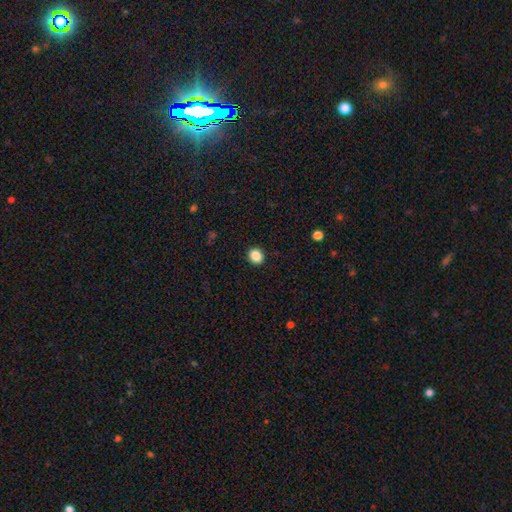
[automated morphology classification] A smooth galaxy with no disk features (87%) that is round (71%). Merging: none (91%).